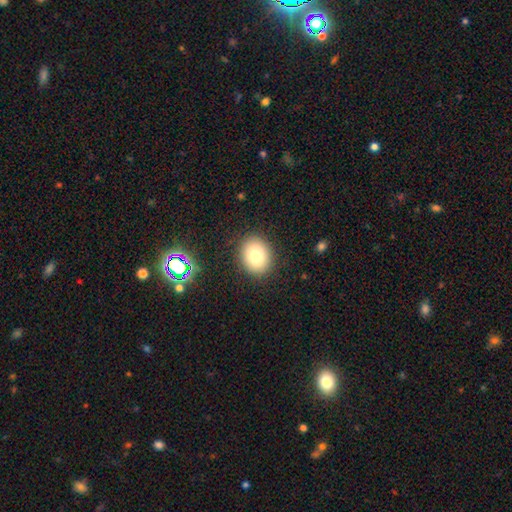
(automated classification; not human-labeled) Q: Smooth or featured?
A: smooth (78%); runner-up: star or artifact (11%)
Q: How rounded?
A: round (58%); runner-up: in between (41%)
Q: Merging?
A: none (88%); runner-up: minor disturbance (8%)